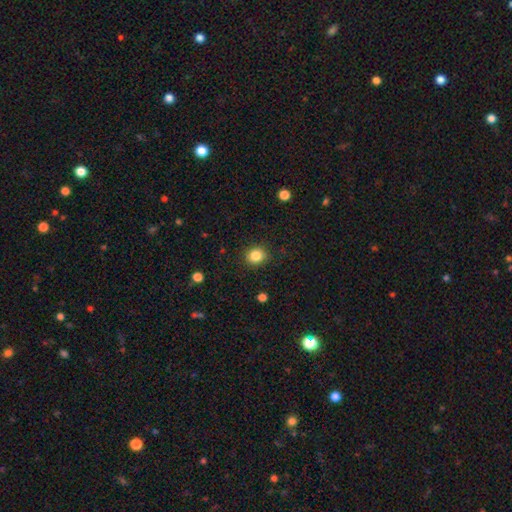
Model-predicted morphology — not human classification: A smooth galaxy with no disk features (84%) that is round (78%).

Vote fractions:
- Smooth or featured? smooth: 84% / star or artifact: 11% / featured or disk: 5%
- How rounded? round: 78% / in between: 21% / cigar-shaped: 1%
- Merging? none: 89% / minor disturbance: 7% / major disturbance: 2% / merger: 1%